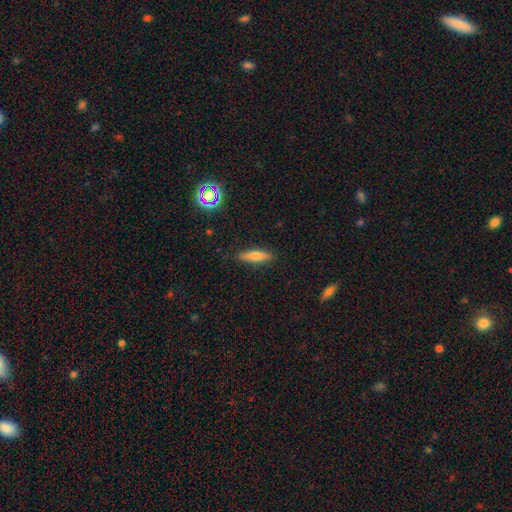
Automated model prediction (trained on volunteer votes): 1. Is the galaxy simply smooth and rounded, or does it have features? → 67% smooth, 24% featured or disk, 9% star or artifact.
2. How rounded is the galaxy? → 73% cigar-shaped, 25% in between, 2% round.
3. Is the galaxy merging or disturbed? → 88% none, 9% minor disturbance, 2% major disturbance, 1% merger.